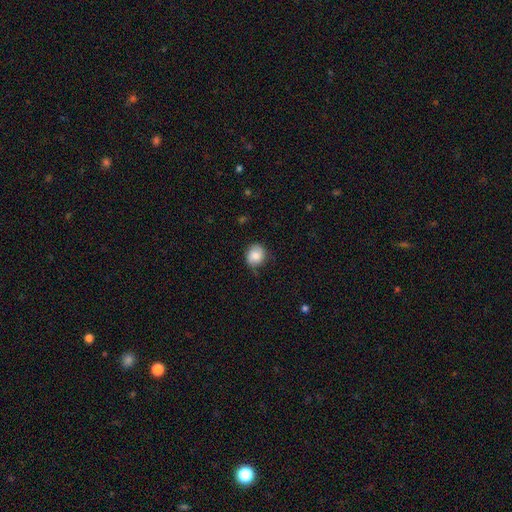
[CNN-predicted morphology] smooth_or_featured: smooth (p=0.80) [alt: featured or disk p=0.12]
how_rounded: round (p=0.67) [alt: in between p=0.32]
merging: none (p=0.67) [alt: minor disturbance p=0.26]